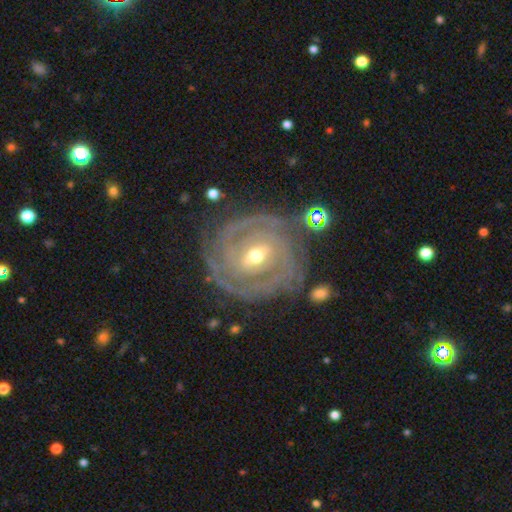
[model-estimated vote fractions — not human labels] featured or disk 86%, smooth 8%, star or artifact 6%. Down the decision tree: edge-on disk — no (96%); bar — weak (46%); spiral arms — yes (91%); spiral arm count — can't tell (33%); spiral winding — tight (76%); bulge size — moderate (54%); merging — none (74%).